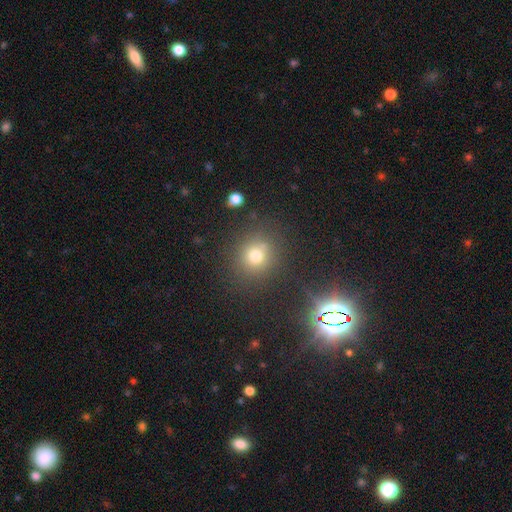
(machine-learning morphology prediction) Smooth or featured: smooth — 70% (star or artifact — 21%)
How rounded: round — 83% (in between — 15%)
Merging: none — 78% (minor disturbance — 11%)